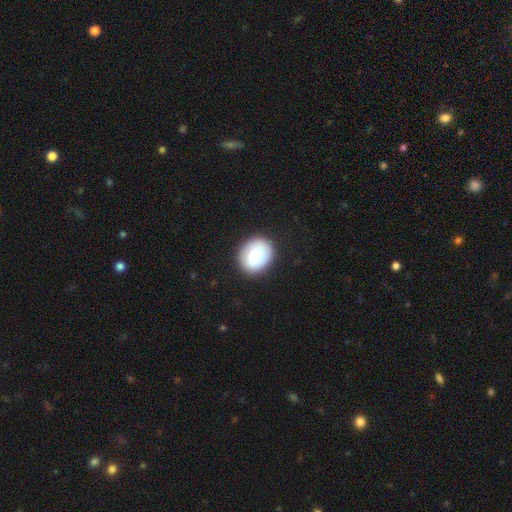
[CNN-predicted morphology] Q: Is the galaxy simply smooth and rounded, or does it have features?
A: smooth — 76%.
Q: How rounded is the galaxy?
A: round — 59%.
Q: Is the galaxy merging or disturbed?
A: none — 84%.